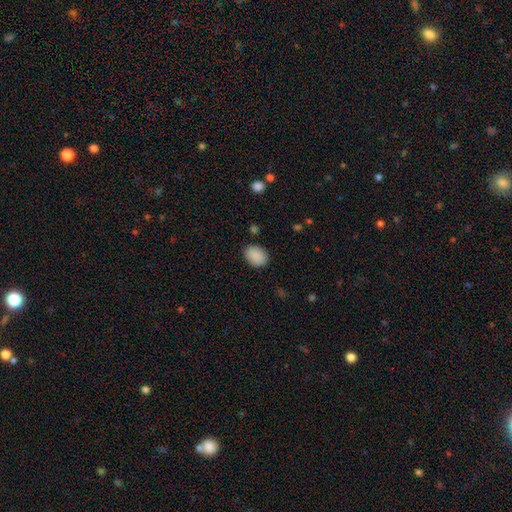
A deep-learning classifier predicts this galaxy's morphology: This is clearly a smooth galaxy (90%). How rounded: likely in between (71%). Merging: clearly none (84%).